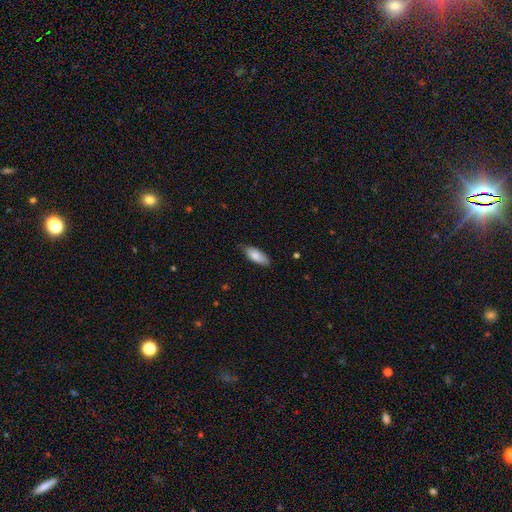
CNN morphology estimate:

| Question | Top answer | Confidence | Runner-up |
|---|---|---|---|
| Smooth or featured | smooth | 85% | featured or disk (9%) |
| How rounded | in between | 79% | cigar-shaped (19%) |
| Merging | none | 77% | minor disturbance (20%) |